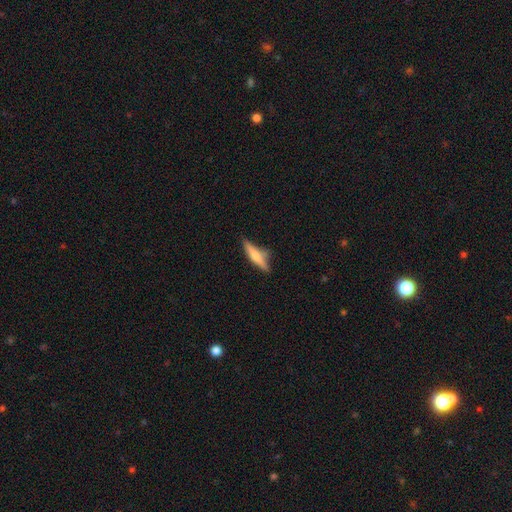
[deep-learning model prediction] Smooth or featured: smooth — 50% (featured or disk — 44%)
Merging: none — 74% (minor disturbance — 17%)